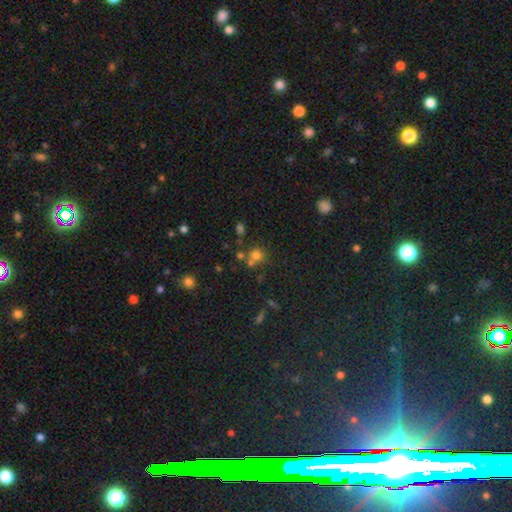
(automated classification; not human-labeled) The model was most divided on "merging": none: 56%, merger: 31%, minor disturbance: 9%, major disturbance: 4%. More confident: how rounded — round (87%); smooth or featured — smooth (67%).